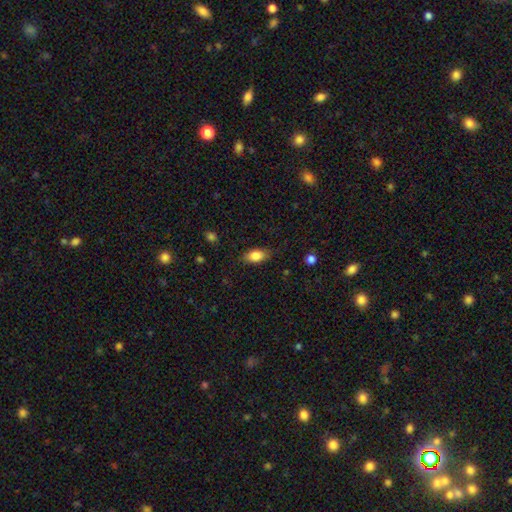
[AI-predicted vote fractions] Smooth or featured: smooth — 84% (featured or disk — 9%)
How rounded: in between — 88% (round — 7%)
Merging: none — 81% (minor disturbance — 14%)